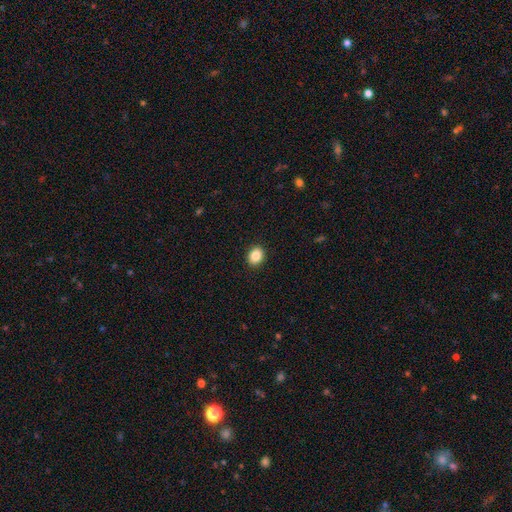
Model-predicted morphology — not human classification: A smooth galaxy with no disk features (87%) that is in between round and cigar-shaped (57%). Merging: none (91%).